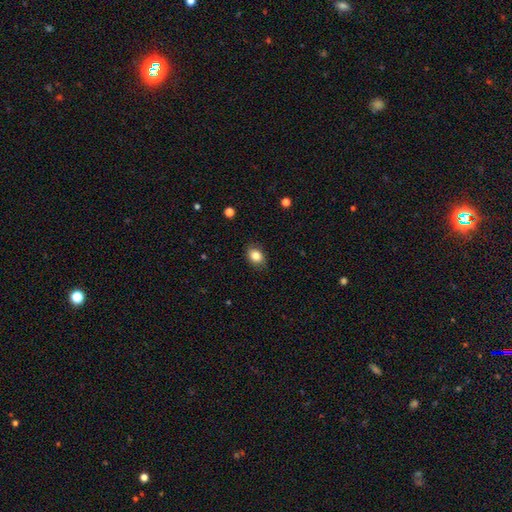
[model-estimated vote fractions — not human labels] Smooth or featured: smooth — 84% (star or artifact — 9%)
How rounded: in between — 69% (round — 30%)
Merging: none — 84% (minor disturbance — 13%)